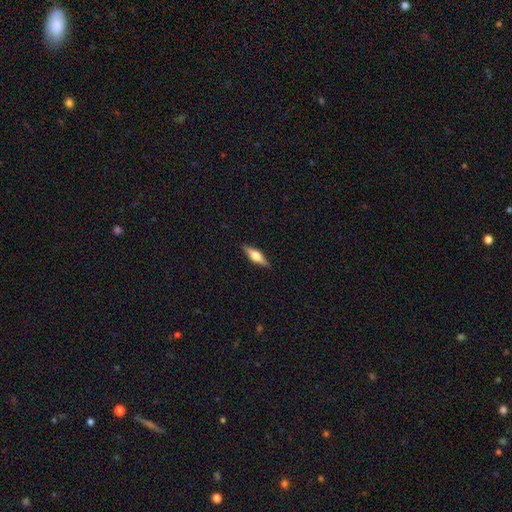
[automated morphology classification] Smooth or featured? featured or disk (58%)
Edge-on disk? yes (96%)
Edge-on bulge? rounded (92%)
Merging? none (89%)